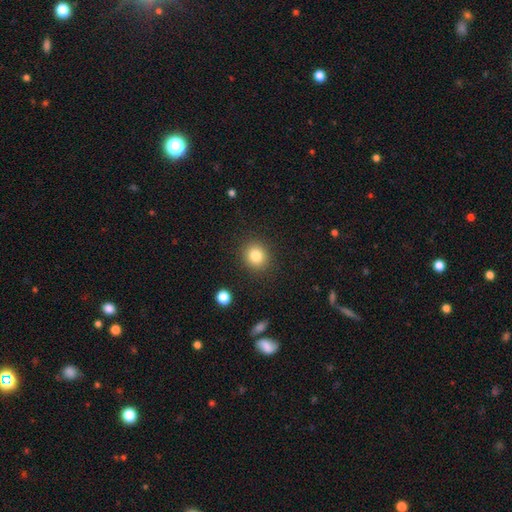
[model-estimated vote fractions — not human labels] smooth-or-featured: smooth: 83% | star or artifact: 10% | featured or disk: 7%
  how-rounded: round: 81% | in between: 18% | cigar-shaped: 1%
  merging: none: 89% | minor disturbance: 7% | major disturbance: 3% | merger: 1%